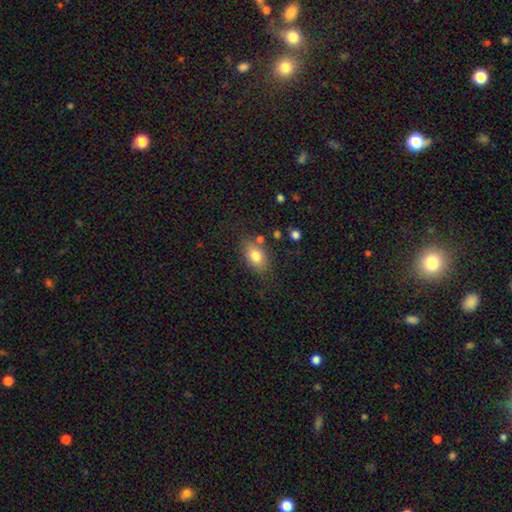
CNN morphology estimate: Smooth or featured? Predicted: smooth (p=0.78). How rounded? Predicted: in between (p=0.82). Merging? Predicted: none (p=0.74).